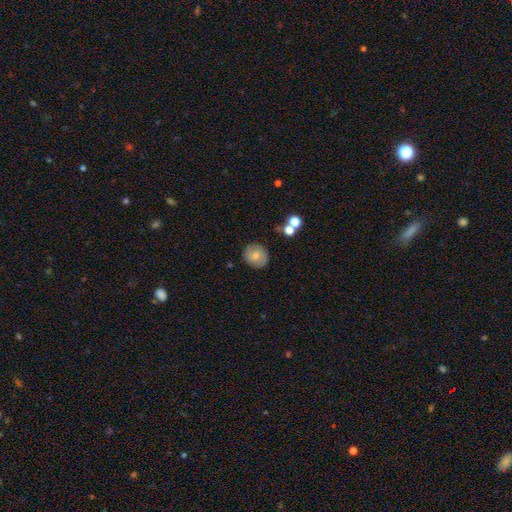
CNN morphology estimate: Smooth or featured: smooth — 68% (featured or disk — 23%)
How rounded: round — 85% (in between — 14%)
Merging: none — 83% (minor disturbance — 11%)